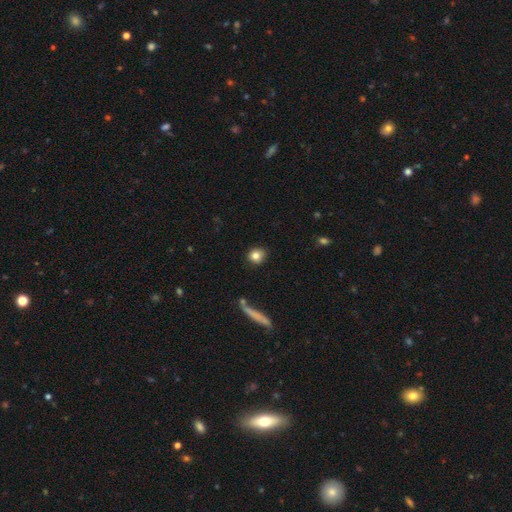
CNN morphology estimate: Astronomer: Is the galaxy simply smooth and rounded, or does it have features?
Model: smooth — 82%.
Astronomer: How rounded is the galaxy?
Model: round — 83%.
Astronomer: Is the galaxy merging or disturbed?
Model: none — 86%.